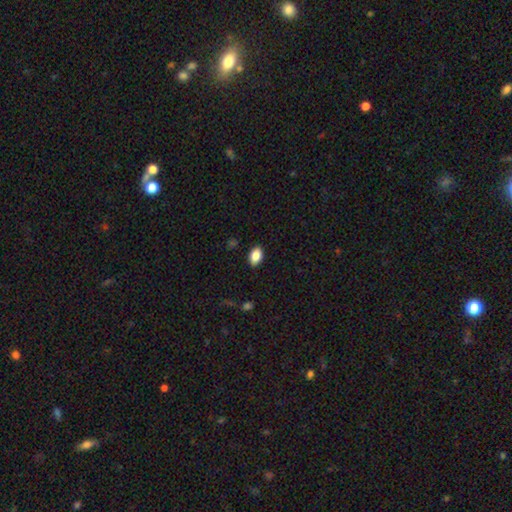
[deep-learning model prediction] Smooth or featured? smooth (86%)
How rounded? in between (90%)
Merging? none (88%)